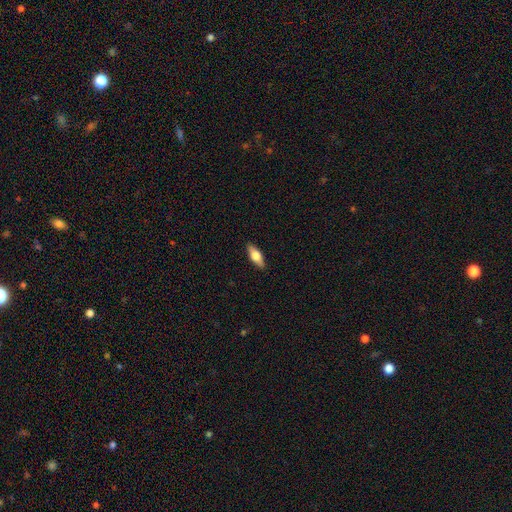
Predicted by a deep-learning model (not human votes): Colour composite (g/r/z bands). It shows a smooth galaxy with no disk features (61%) that is in between round and cigar-shaped (67%). Merging: none (89%).